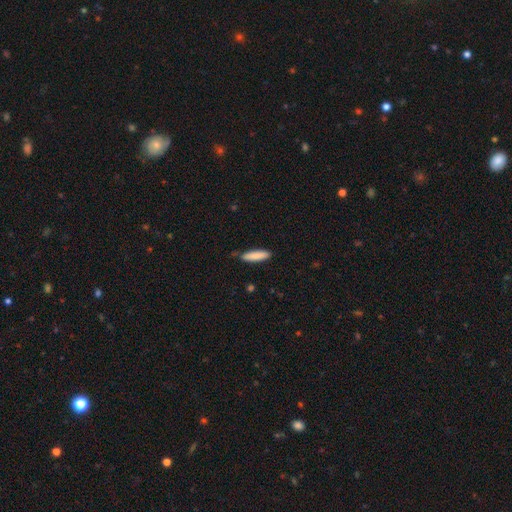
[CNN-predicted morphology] Smooth or featured?
  - smooth: 87% *
  - featured or disk: 8%
  - star or artifact: 6%
How rounded?
  - cigar-shaped: 72% *
  - in between: 27%
  - round: 1%
Merging?
  - none: 79% *
  - minor disturbance: 16%
  - major disturbance: 2%
  - merger: 2%